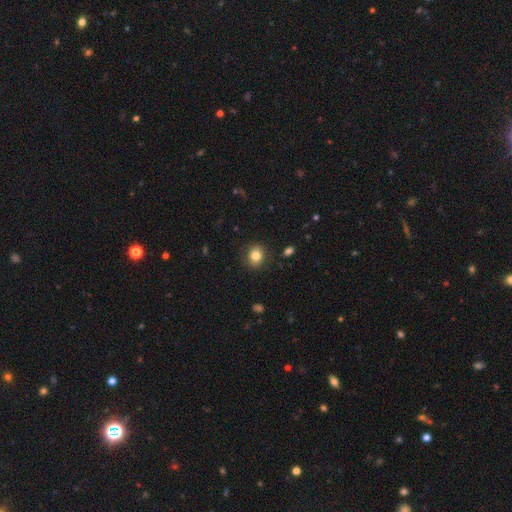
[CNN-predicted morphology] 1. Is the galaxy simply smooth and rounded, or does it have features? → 81% smooth, 10% star or artifact, 8% featured or disk.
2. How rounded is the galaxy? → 74% round, 25% in between, 1% cigar-shaped.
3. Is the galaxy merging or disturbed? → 87% none, 9% minor disturbance, 3% major disturbance, 1% merger.